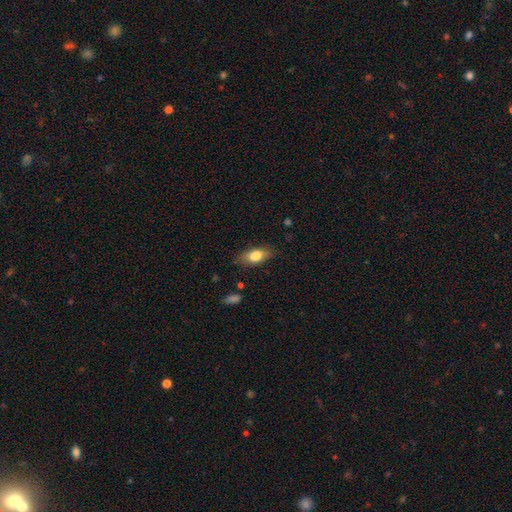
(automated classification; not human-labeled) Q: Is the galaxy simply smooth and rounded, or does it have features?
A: smooth — 79%.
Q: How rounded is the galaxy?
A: in between — 84%.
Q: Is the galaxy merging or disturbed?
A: none — 80%.